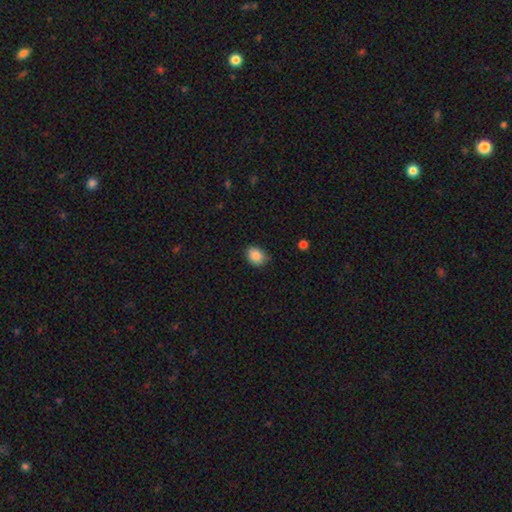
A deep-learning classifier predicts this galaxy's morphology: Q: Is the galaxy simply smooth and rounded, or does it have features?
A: smooth — 87%.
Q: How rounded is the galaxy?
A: in between — 60%.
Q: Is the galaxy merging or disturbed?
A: none — 81%.